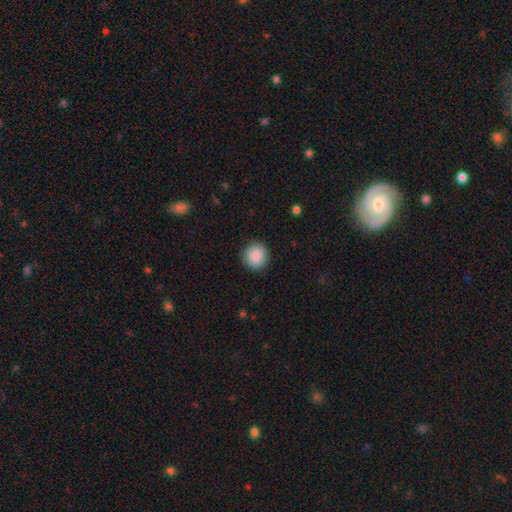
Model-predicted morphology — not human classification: Smooth or featured?
  - smooth: 88% *
  - star or artifact: 8%
  - featured or disk: 4%
How rounded?
  - round: 92% *
  - in between: 7%
  - cigar-shaped: 1%
Merging?
  - none: 91% *
  - minor disturbance: 6%
  - major disturbance: 2%
  - merger: 1%